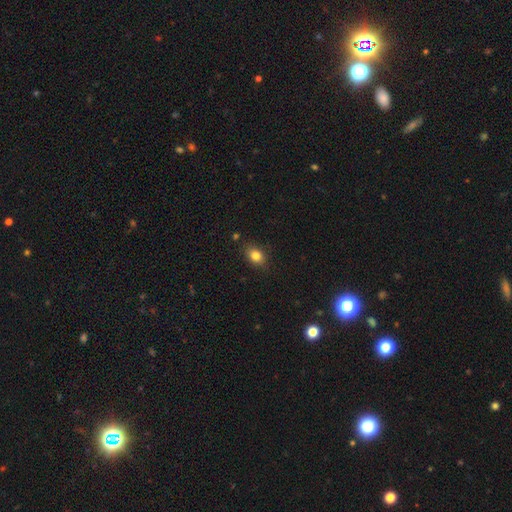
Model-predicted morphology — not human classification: This appears to be a smooth galaxy with no disk features (82%) that is in between round and cigar-shaped (69%). Merging: none (83%).